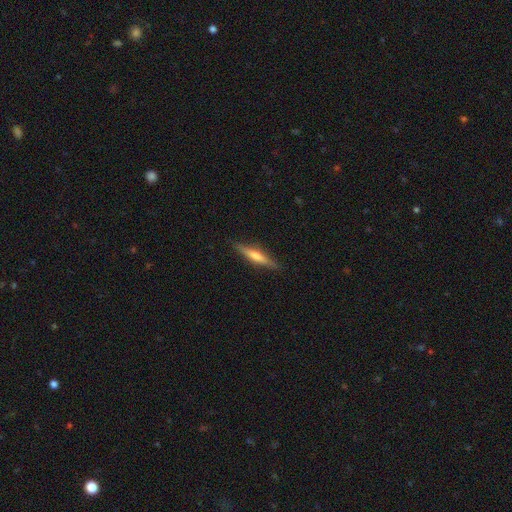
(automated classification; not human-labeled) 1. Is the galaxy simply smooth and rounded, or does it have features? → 56% featured or disk, 38% smooth, 6% star or artifact.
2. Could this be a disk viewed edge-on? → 96% yes, 4% no.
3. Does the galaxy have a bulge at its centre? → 69% rounded, 16% none, 14% boxy.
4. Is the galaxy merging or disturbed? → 89% none, 8% minor disturbance, 2% major disturbance, 1% merger.